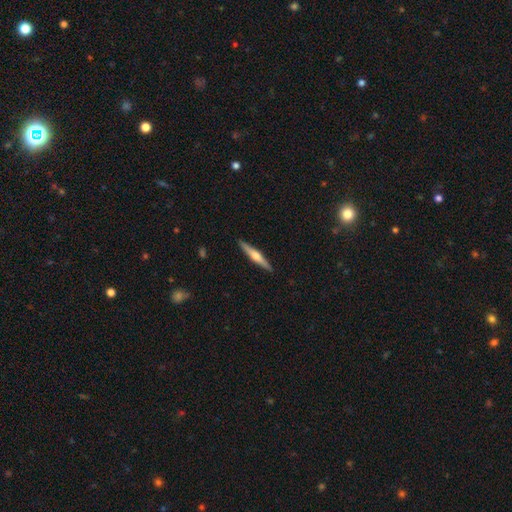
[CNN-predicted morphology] type=featured or disk (60%); edge-on=yes (97%); edge-on bulge=rounded (87%); merging=none (91%).